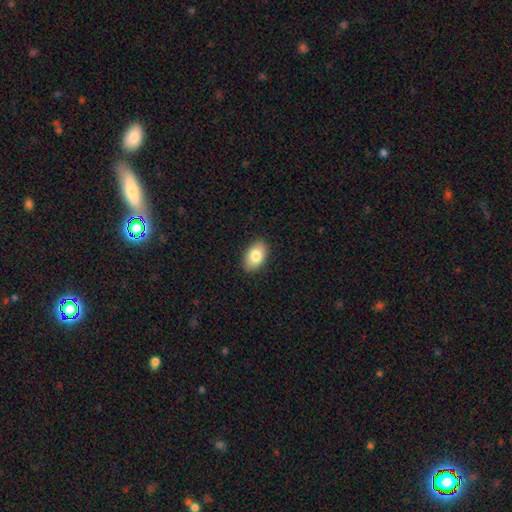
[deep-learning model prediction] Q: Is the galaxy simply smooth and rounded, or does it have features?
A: smooth — 81%.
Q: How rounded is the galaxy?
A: in between — 90%.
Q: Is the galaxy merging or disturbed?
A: none — 89%.